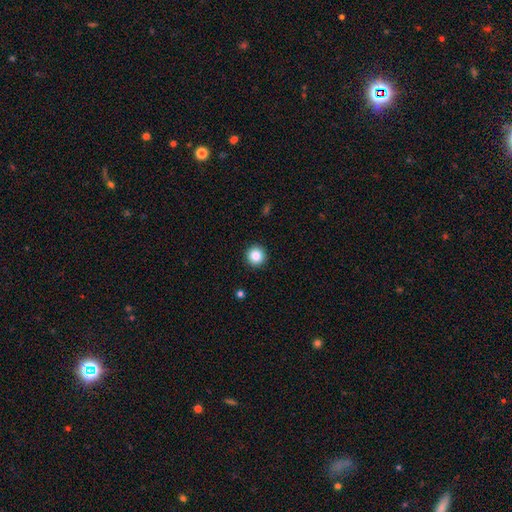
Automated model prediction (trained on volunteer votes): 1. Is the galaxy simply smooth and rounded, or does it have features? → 87% smooth, 10% star or artifact, 4% featured or disk.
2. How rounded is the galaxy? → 95% round, 4% in between, 1% cigar-shaped.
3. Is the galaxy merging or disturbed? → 93% none, 5% minor disturbance, 2% major disturbance, 1% merger.